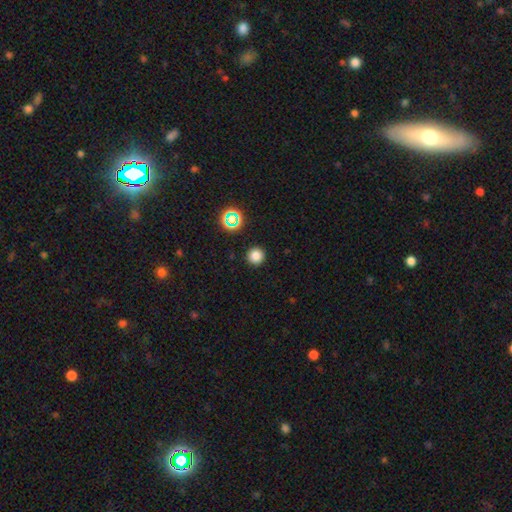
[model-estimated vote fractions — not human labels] Smooth or featured: smooth — 78% (star or artifact — 17%)
How rounded: round — 95% (in between — 4%)
Merging: none — 91% (minor disturbance — 5%)